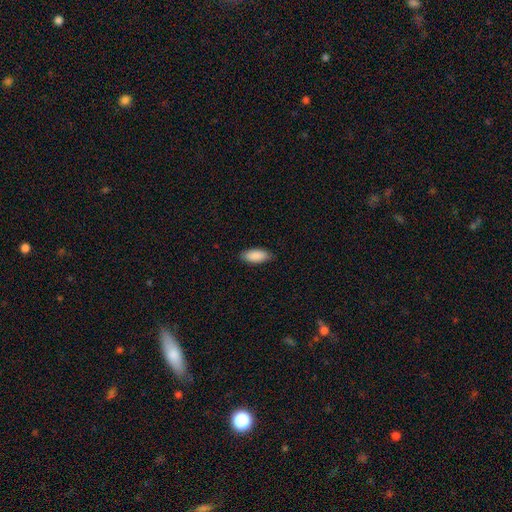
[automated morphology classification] A smooth galaxy with no disk features (90%) that is in between round and cigar-shaped (88%). Merging: none (87%).